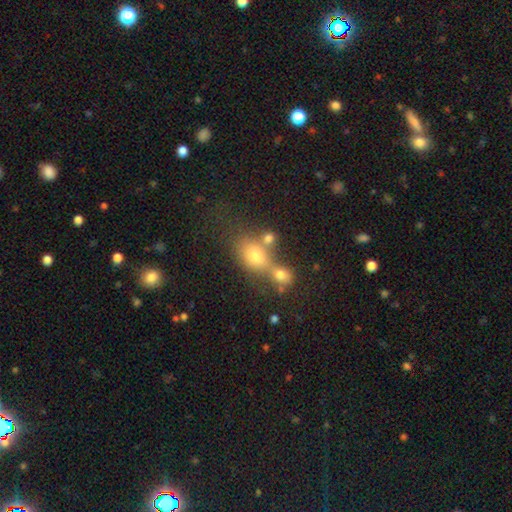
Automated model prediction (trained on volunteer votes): This is likely a smooth galaxy (70%). How rounded: likely in between (66%). Merging: marginally merger (45%).